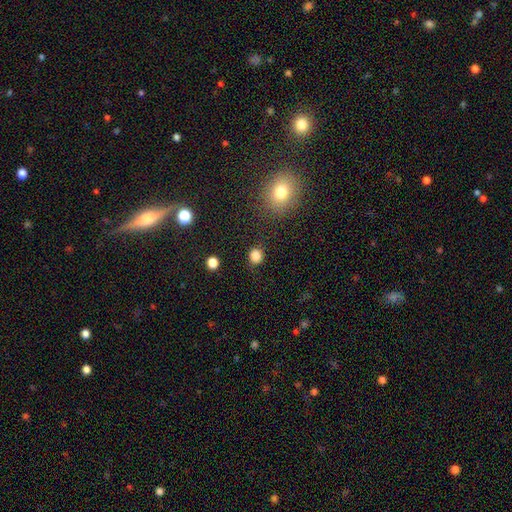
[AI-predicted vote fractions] Morphology: type=smooth (84%); roundness=round (77%); merging=none (83%).